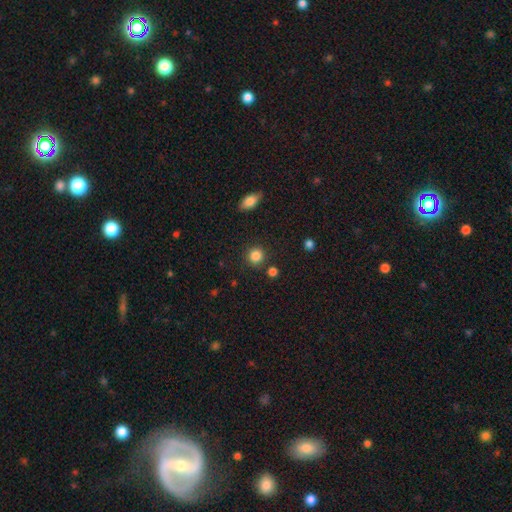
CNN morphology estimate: A smooth galaxy with no disk features (85%) that is round (90%). Merging: none (84%).